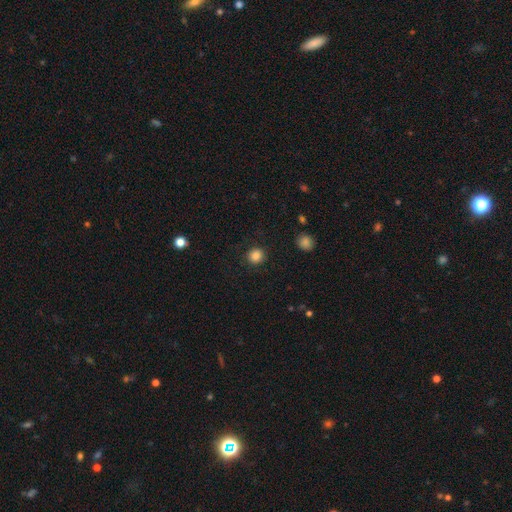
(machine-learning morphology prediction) This is clearly a smooth galaxy (86%). How rounded: clearly round (90%). Merging: clearly none (90%).